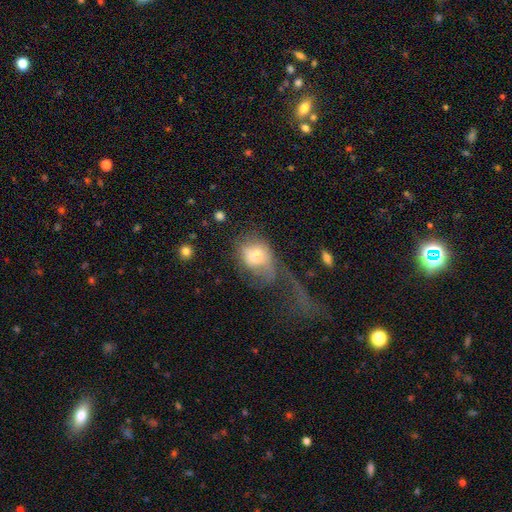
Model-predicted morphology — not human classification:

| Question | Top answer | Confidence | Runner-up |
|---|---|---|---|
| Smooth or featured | smooth | 58% | featured or disk (33%) |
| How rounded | in between | 61% | round (38%) |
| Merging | major disturbance | 60% | none (17%) |